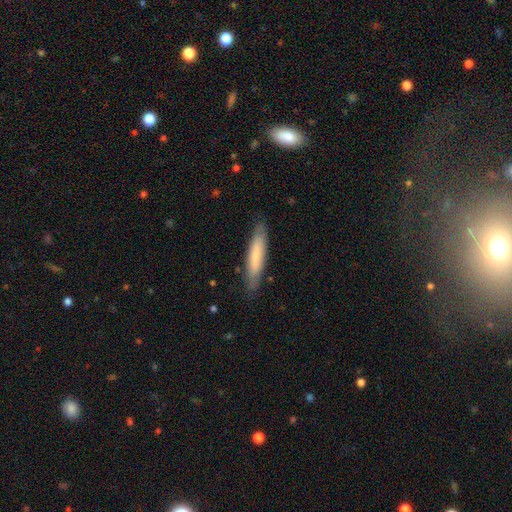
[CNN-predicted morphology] Q: Smooth or featured?
A: smooth (68%); runner-up: featured or disk (26%)
Q: How rounded?
A: cigar-shaped (86%); runner-up: in between (13%)
Q: Merging?
A: none (84%); runner-up: minor disturbance (12%)